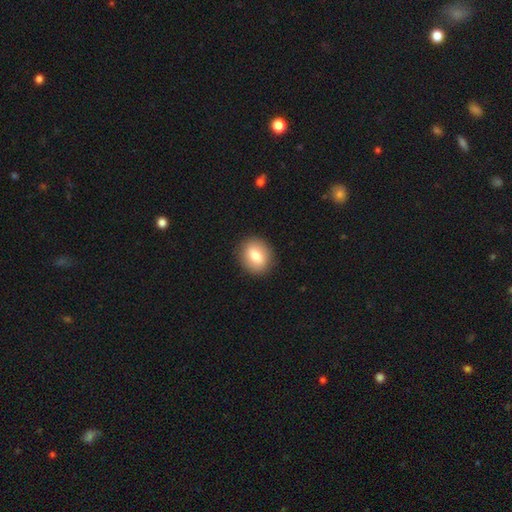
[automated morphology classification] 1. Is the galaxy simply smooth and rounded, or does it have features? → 76% smooth, 17% featured or disk, 8% star or artifact.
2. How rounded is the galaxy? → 55% round, 43% in between, 1% cigar-shaped.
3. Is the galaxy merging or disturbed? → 90% none, 7% minor disturbance, 2% major disturbance, 1% merger.